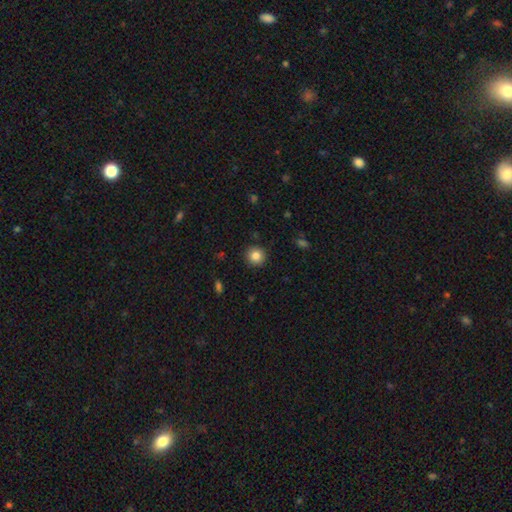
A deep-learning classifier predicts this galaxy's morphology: Smooth or featured: smooth — 85% (star or artifact — 10%)
How rounded: round — 93% (in between — 6%)
Merging: none — 91% (minor disturbance — 6%)